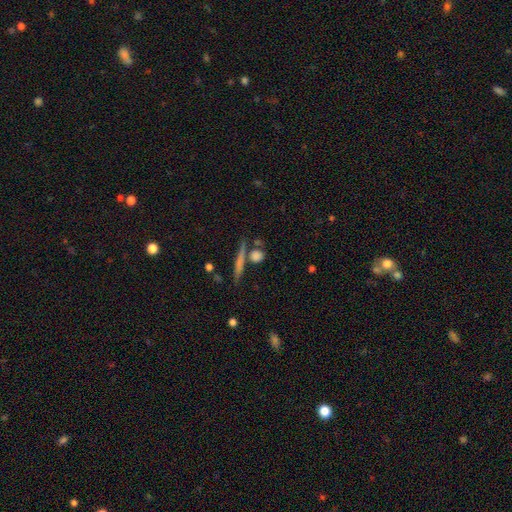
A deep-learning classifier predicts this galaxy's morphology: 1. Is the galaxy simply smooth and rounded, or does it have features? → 73% smooth, 17% featured or disk, 10% star or artifact.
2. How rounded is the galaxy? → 53% round, 30% cigar-shaped, 17% in between.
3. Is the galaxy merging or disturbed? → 70% none, 15% merger, 10% minor disturbance, 5% major disturbance.